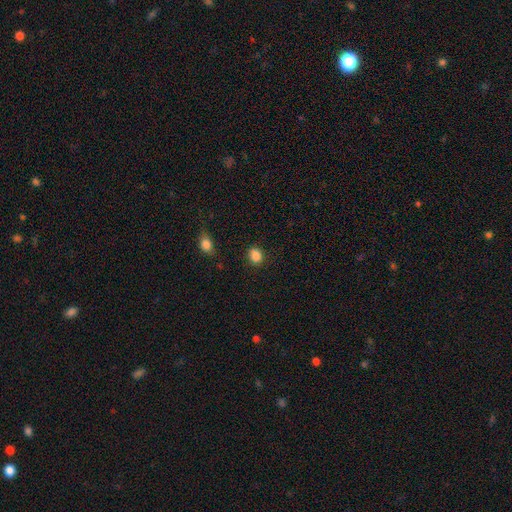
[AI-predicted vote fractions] Smooth or featured?
  - smooth: 85% *
  - star or artifact: 10%
  - featured or disk: 4%
How rounded?
  - round: 61% *
  - in between: 38%
  - cigar-shaped: 1%
Merging?
  - none: 83% *
  - minor disturbance: 12%
  - major disturbance: 3%
  - merger: 2%